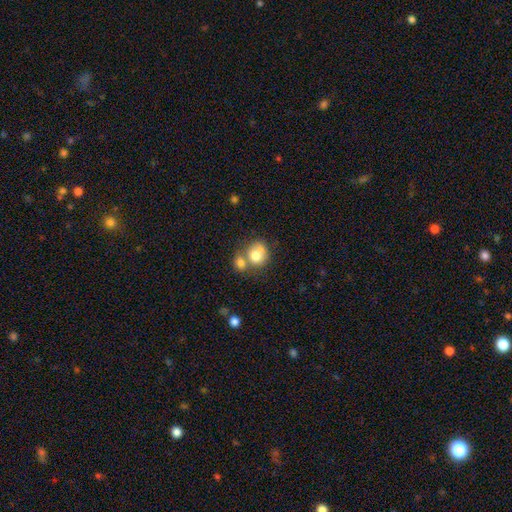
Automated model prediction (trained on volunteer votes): smooth 74%, featured or disk 17%, star or artifact 9%. Down the decision tree: how rounded — round (66%); merging — merger (52%).